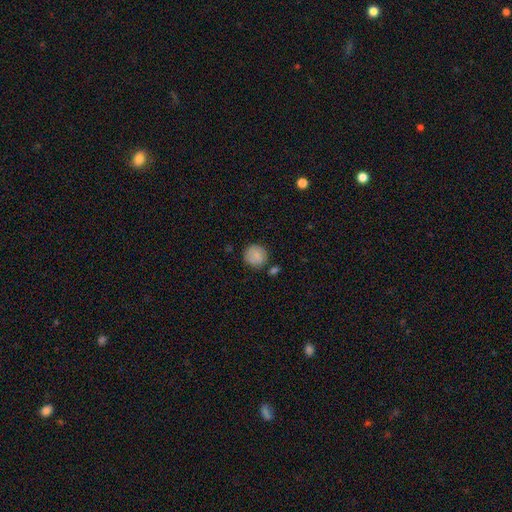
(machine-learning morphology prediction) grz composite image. It shows a smooth galaxy with no disk features (81%) that is round (89%). Merging: none (73%).